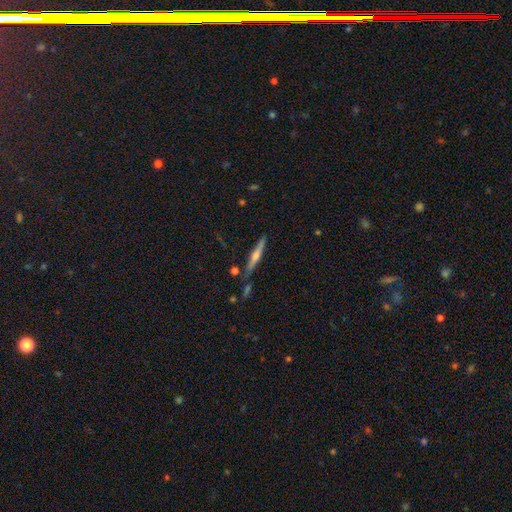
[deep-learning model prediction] A featured or disk galaxy (68%) viewed edge-on (97%) with a rounded central bulge (80%). Merging: none (80%).